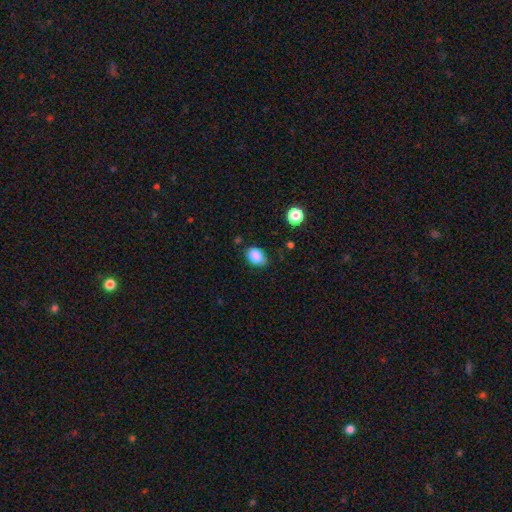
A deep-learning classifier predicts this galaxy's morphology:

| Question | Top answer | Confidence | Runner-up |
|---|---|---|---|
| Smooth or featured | smooth | 86% | star or artifact (9%) |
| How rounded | in between | 72% | round (27%) |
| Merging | none | 70% | minor disturbance (23%) |